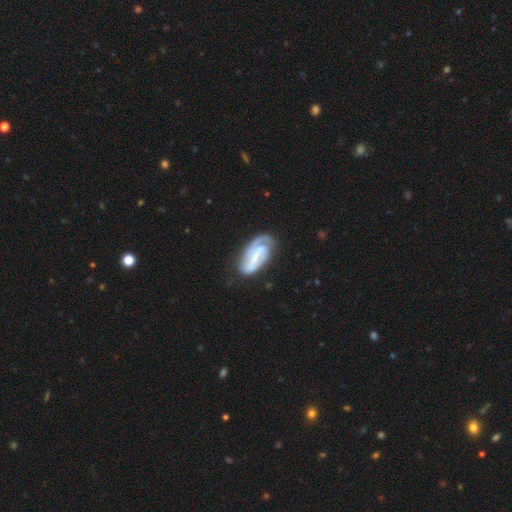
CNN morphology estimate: This is likely a featured or disk galaxy (79%). It is clearly not viewed edge-on (96%). Bar: marginally weak (42%). Spiral arm pattern: clearly yes (94%). Spiral arm count: likely 2 (65%). Spiral winding: marginally medium (42%). Central bulge: possibly small (53%). Merging: likely none (61%).